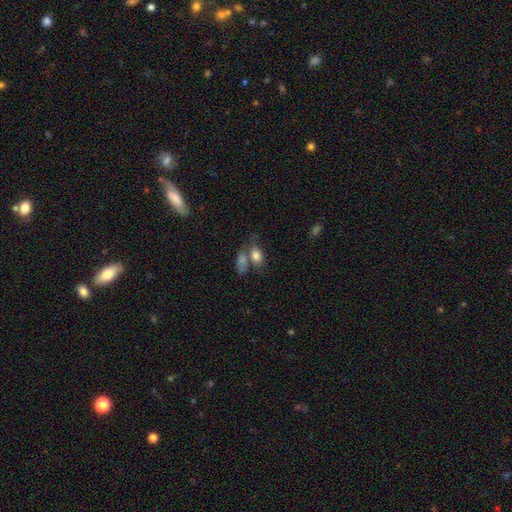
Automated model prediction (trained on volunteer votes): smooth_or_featured: smooth (p=0.80) [alt: featured or disk p=0.12]
how_rounded: in between (p=0.83) [alt: round p=0.15]
merging: merger (p=0.42) [alt: none p=0.38]